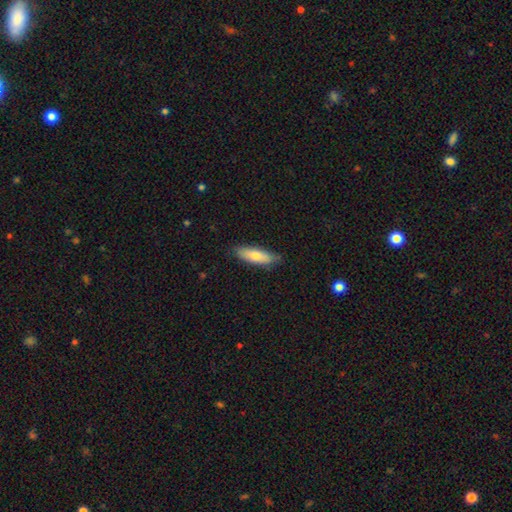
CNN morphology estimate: Q: Smooth or featured?
A: smooth (72%); runner-up: featured or disk (22%)
Q: How rounded?
A: in between (52%); runner-up: cigar-shaped (46%)
Q: Merging?
A: none (80%); runner-up: minor disturbance (16%)